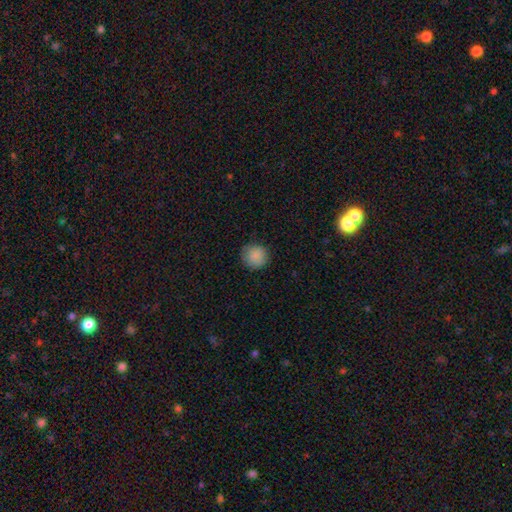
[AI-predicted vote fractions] A smooth galaxy with no disk features (88%) that is round (92%). Merging: none (86%).